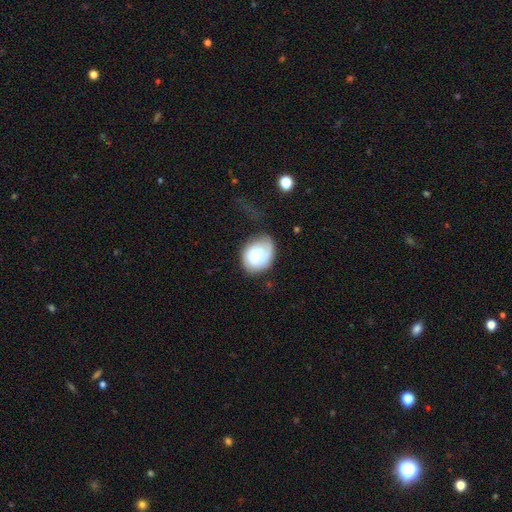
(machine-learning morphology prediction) The model was most divided on "how rounded": in between: 57%, round: 42%, cigar-shaped: 1%. Remaining: smooth or featured — smooth (58%); merging — none (48%).